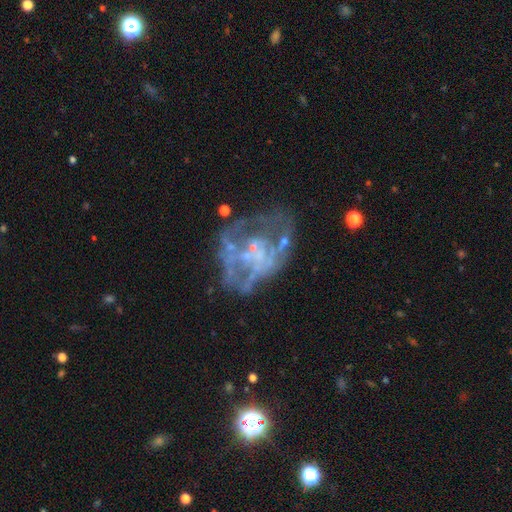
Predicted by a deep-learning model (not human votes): A featured or disk galaxy (75%) with no bar (87%), no spiral arms (73%) and no central bulge (59%). Merging: none (42%).